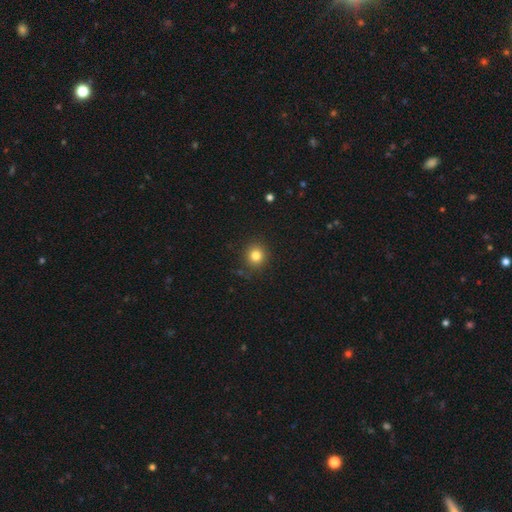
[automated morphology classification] smooth_or_featured: smooth (p=0.82) [alt: star or artifact p=0.12]
how_rounded: round (p=0.89) [alt: in between p=0.10]
merging: none (p=0.88) [alt: minor disturbance p=0.08]